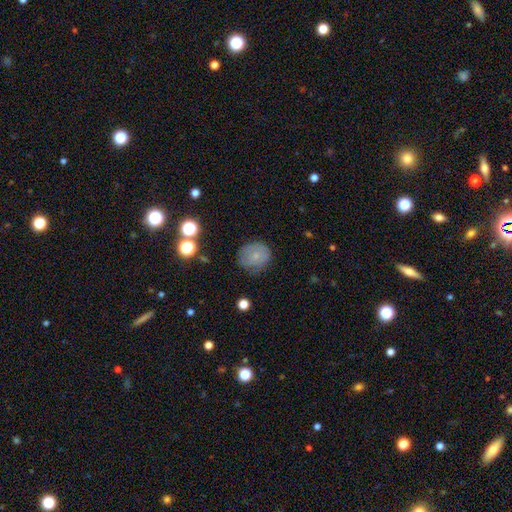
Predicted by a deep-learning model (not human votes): smooth_or_featured: smooth (p=0.69) [alt: featured or disk p=0.20]
how_rounded: round (p=0.77) [alt: in between p=0.22]
merging: none (p=0.68) [alt: minor disturbance p=0.23]